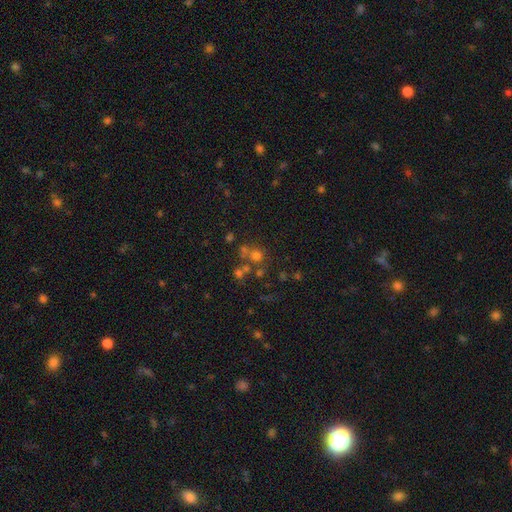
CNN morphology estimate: Smooth or featured: smooth — 52% (star or artifact — 30%)
How rounded: round — 86% (in between — 13%)
Merging: none — 56% (merger — 28%)